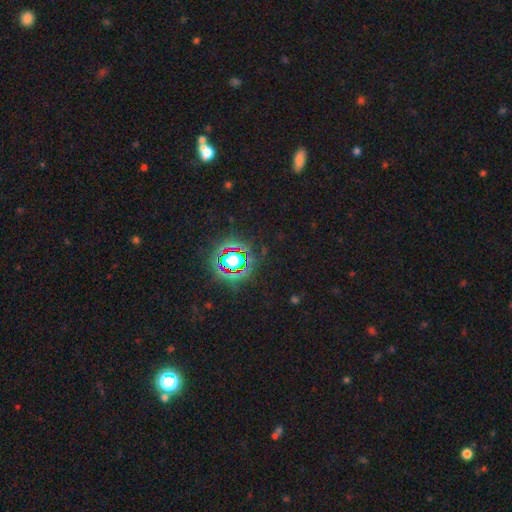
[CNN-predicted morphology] type=star or artifact (81%).